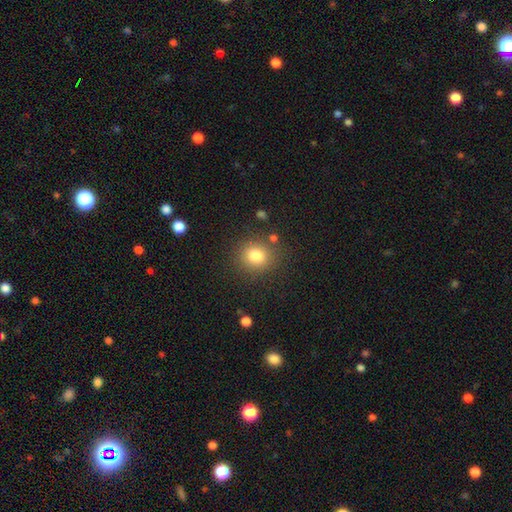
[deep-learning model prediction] A smooth galaxy with no disk features (81%) that is round (81%).

Vote fractions:
- Smooth or featured? smooth: 81% / star or artifact: 12% / featured or disk: 7%
- How rounded? round: 81% / in between: 18% / cigar-shaped: 1%
- Merging? none: 82% / minor disturbance: 10% / merger: 4% / major disturbance: 4%